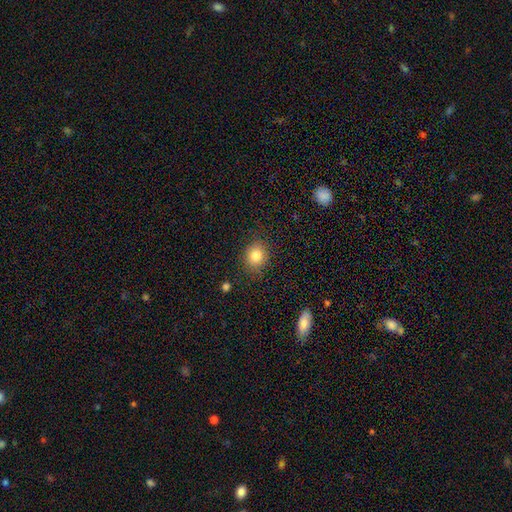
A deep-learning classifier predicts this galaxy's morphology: Q: Smooth or featured?
A: smooth (83%); runner-up: star or artifact (10%)
Q: How rounded?
A: round (69%); runner-up: in between (30%)
Q: Merging?
A: none (85%); runner-up: minor disturbance (10%)